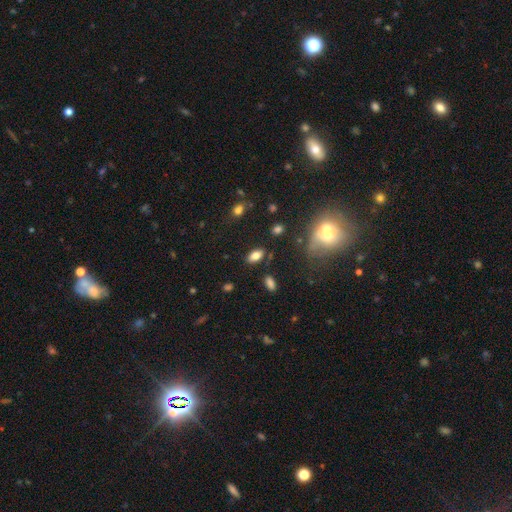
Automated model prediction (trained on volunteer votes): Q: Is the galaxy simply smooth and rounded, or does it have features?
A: smooth — 76%.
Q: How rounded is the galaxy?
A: in between — 88%.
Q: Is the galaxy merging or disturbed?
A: none — 83%.